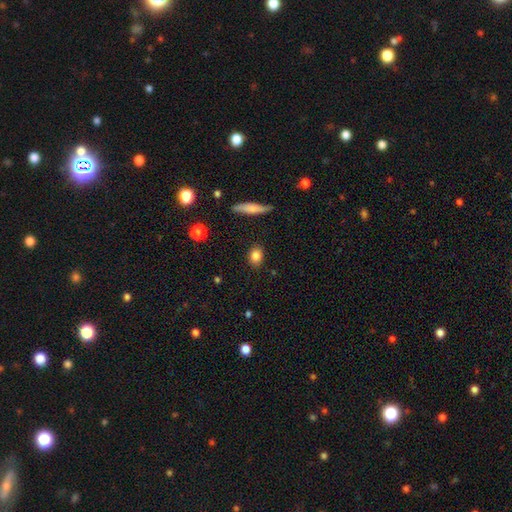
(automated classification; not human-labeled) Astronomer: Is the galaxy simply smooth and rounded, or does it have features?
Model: smooth — 84%.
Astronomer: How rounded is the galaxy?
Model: in between — 51% (runner-up: round, 45%).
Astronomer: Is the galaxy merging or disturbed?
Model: none — 87%.